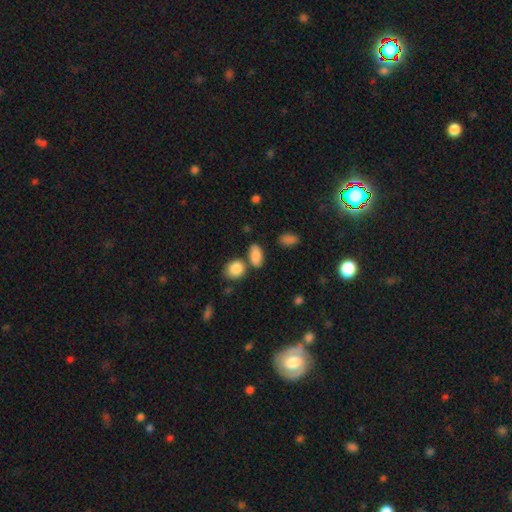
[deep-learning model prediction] Smooth or featured? Predicted: smooth (p=0.86). How rounded? Predicted: in between (p=0.85). Merging? Predicted: none (p=0.65).